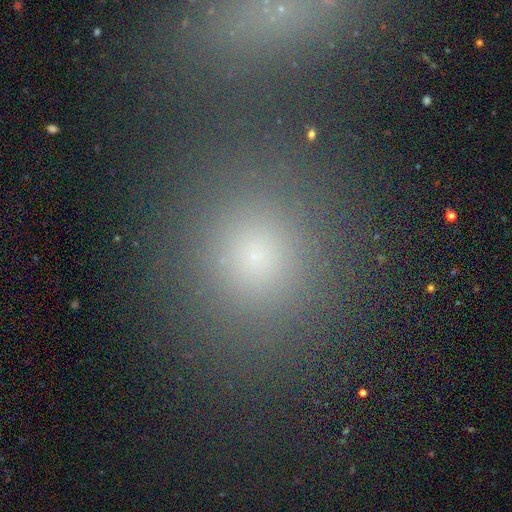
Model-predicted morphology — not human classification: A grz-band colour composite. It shows a smooth galaxy with no disk features (66%) that is round (78%). Merging: none (76%).